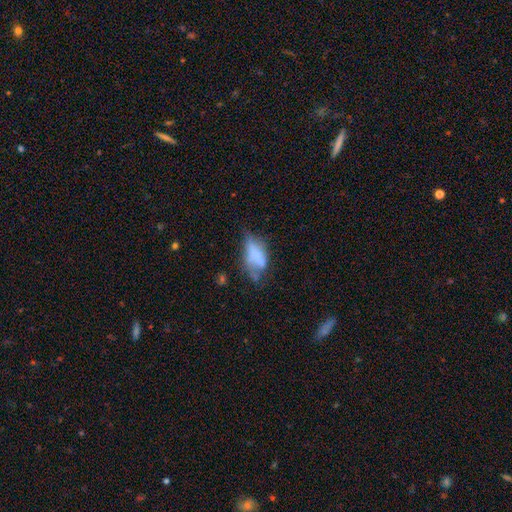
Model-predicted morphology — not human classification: This is possibly a smooth galaxy (57%). How rounded: clearly in between (85%). Merging: marginally minor disturbance (32%).